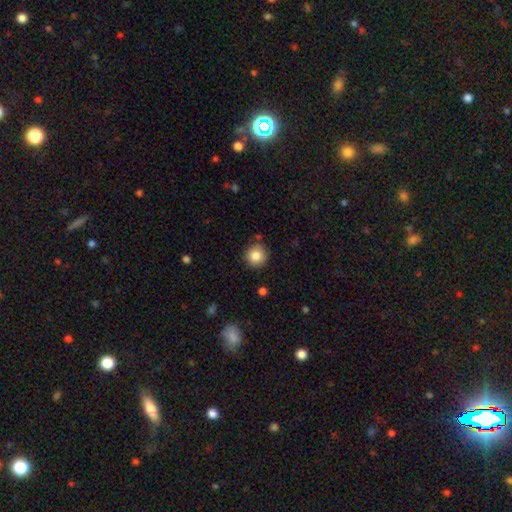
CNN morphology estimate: smooth_or_featured: smooth (p=0.84) [alt: star or artifact p=0.10]
how_rounded: round (p=0.94) [alt: in between p=0.05]
merging: none (p=0.86) [alt: minor disturbance p=0.09]